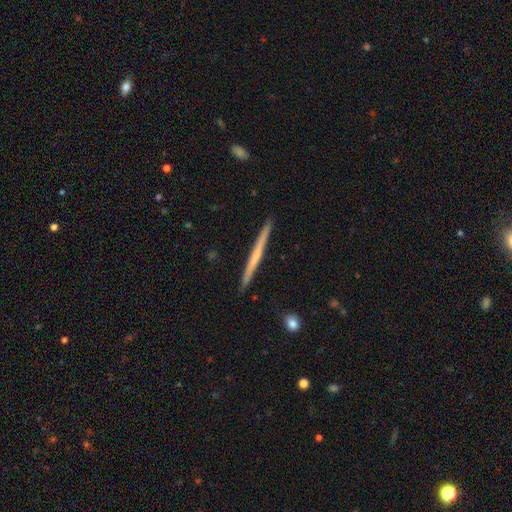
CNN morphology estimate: Overall: featured or disk (53%; smooth 42%). Edge-on disk: yes (98%). Edge-on bulge: none (84%). Merging: none (92%).